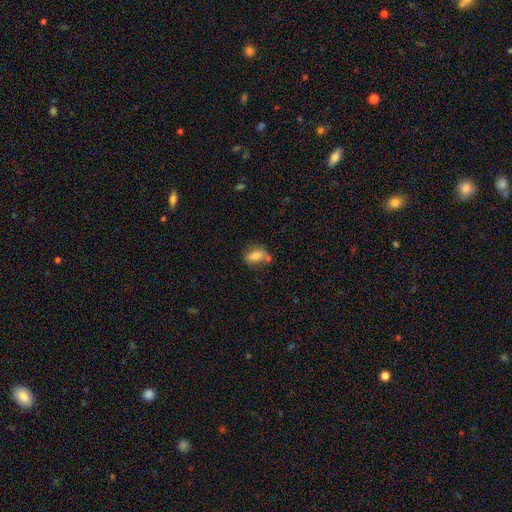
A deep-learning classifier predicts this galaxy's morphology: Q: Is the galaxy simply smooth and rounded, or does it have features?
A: smooth — 75%.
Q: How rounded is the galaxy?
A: in between — 80%.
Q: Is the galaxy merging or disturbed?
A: none — 50%.